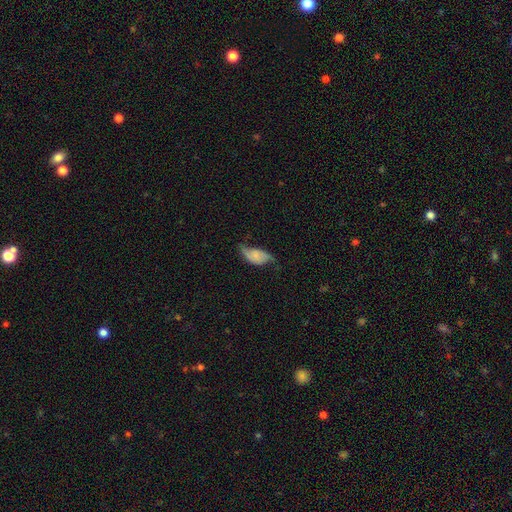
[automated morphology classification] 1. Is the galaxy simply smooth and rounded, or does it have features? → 51% featured or disk, 41% smooth, 9% star or artifact.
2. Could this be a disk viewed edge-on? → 92% no, 8% yes.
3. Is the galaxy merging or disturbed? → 44% none, 32% minor disturbance, 21% major disturbance, 2% merger.